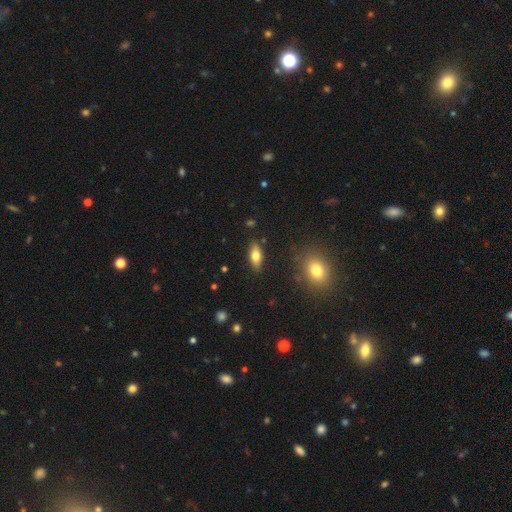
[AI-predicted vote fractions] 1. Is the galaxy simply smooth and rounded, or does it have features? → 68% smooth, 25% featured or disk, 7% star or artifact.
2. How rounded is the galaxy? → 77% in between, 20% cigar-shaped, 3% round.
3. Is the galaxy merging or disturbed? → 86% none, 10% minor disturbance, 2% major disturbance, 2% merger.